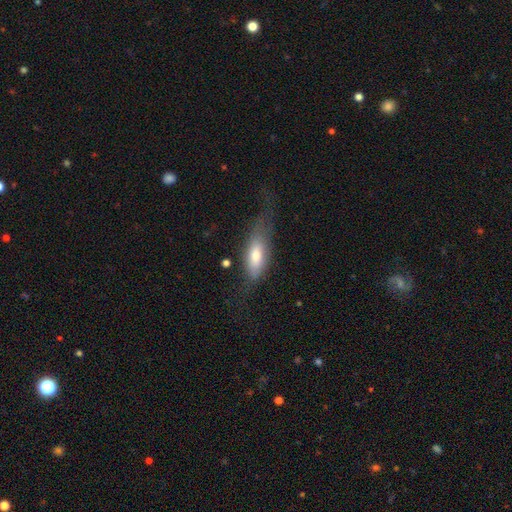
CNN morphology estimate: smooth-or-featured: smooth: 66% | featured or disk: 27% | star or artifact: 7%
  how-rounded: in between: 72% | cigar-shaped: 25% | round: 3%
  merging: none: 40% | major disturbance: 29% | minor disturbance: 29% | merger: 2%